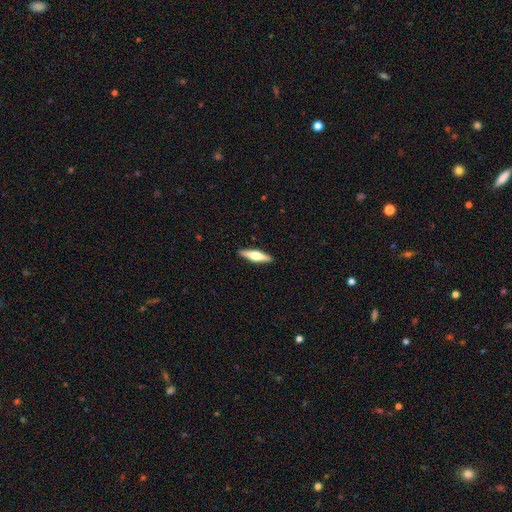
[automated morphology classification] Smooth or featured: featured or disk — 49% (smooth — 46%)
Merging: none — 90% (minor disturbance — 7%)